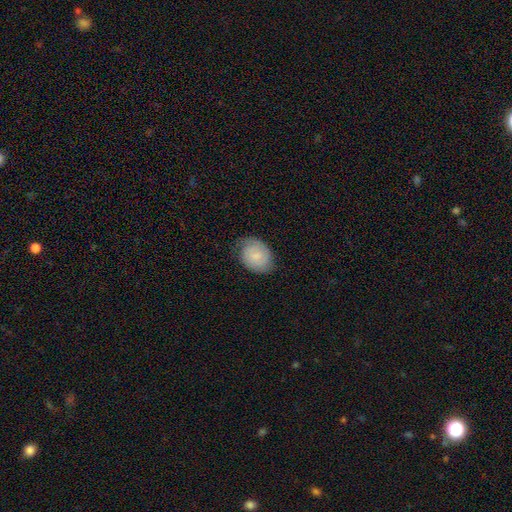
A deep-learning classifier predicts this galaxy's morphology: The model was most divided on "smooth or featured": smooth: 59%, featured or disk: 34%, star or artifact: 7%. More confident: merging — none (71%); how rounded — in between (65%).